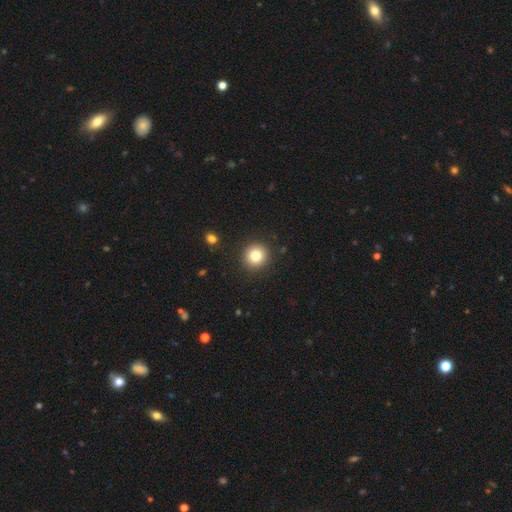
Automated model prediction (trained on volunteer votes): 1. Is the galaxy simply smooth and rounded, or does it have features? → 82% smooth, 11% star or artifact, 7% featured or disk.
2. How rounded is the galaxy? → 93% round, 6% in between, 1% cigar-shaped.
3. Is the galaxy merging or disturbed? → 90% none, 6% minor disturbance, 2% major disturbance, 1% merger.